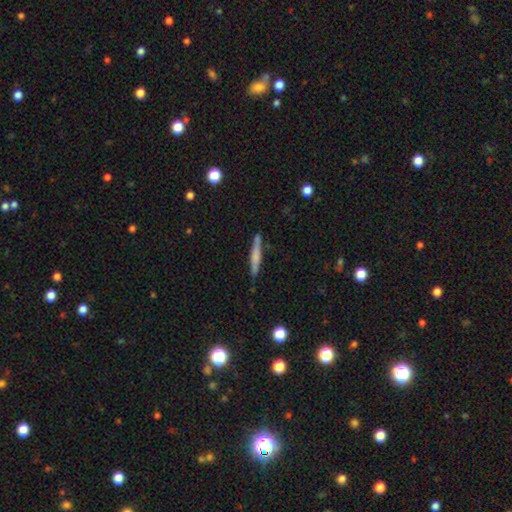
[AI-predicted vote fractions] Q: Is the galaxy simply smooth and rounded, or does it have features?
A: smooth — 49%.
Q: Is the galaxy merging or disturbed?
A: none — 88%.